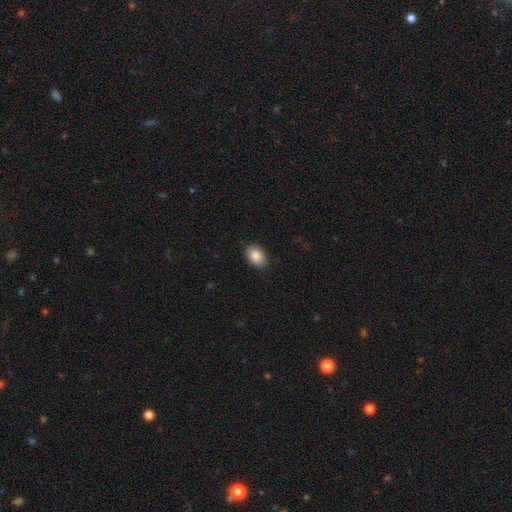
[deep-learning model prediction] Overall: smooth (88%). How rounded: in between (84%). Merging: none (87%).